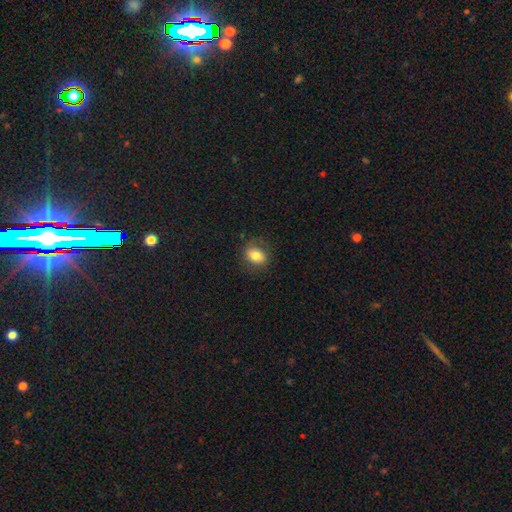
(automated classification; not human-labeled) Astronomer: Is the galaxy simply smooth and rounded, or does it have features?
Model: smooth — 78%.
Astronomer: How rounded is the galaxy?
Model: in between — 56% (runner-up: round, 42%).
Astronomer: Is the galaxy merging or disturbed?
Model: none — 77%.